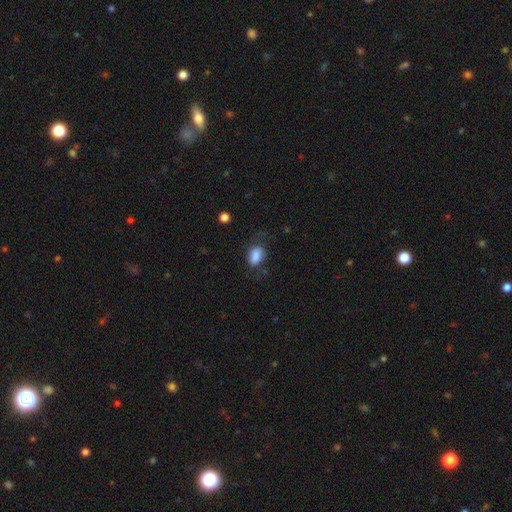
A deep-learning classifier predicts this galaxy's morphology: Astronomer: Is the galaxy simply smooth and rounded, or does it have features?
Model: smooth — 82%.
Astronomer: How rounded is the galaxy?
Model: in between — 83%.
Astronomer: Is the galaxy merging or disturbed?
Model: none — 58%.